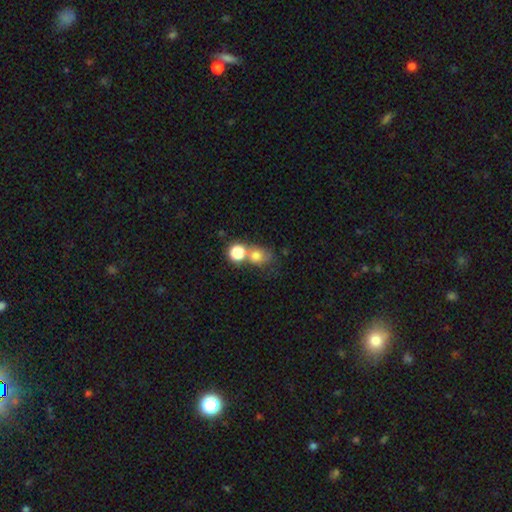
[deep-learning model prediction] Smooth or featured?
  - smooth: 72% *
  - star or artifact: 16%
  - featured or disk: 12%
How rounded?
  - round: 71% *
  - in between: 28%
  - cigar-shaped: 1%
Merging?
  - merger: 43% *
  - none: 39%
  - minor disturbance: 11%
  - major disturbance: 7%